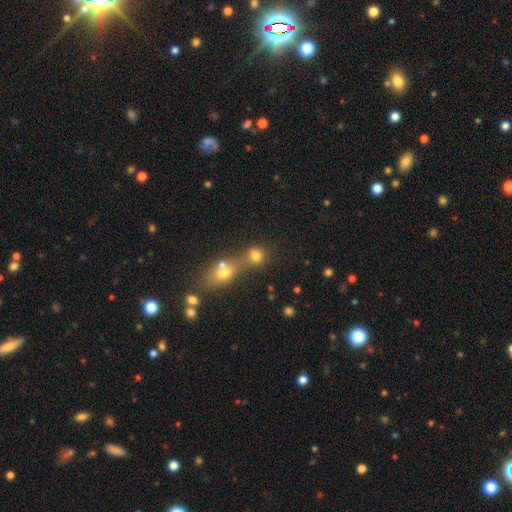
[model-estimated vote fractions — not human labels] Smooth or featured?
  - smooth: 73% *
  - star or artifact: 16%
  - featured or disk: 11%
How rounded?
  - round: 69% *
  - in between: 29%
  - cigar-shaped: 2%
Merging?
  - merger: 50% *
  - none: 35%
  - minor disturbance: 9%
  - major disturbance: 6%